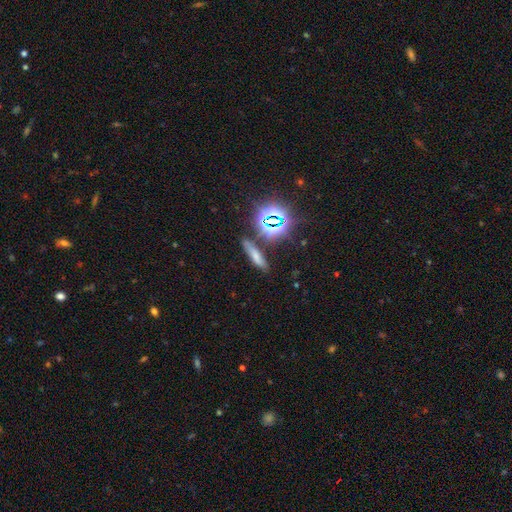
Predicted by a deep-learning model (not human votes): Morphology: type=smooth (58%); roundness=cigar-shaped (72%); merging=none (74%).